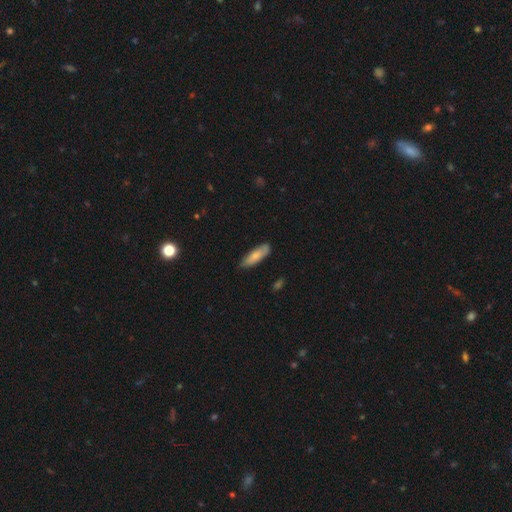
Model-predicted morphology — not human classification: The model was most divided on "how rounded": in between: 54%, cigar-shaped: 44%, round: 2%. More confident: smooth or featured — smooth (76%); merging — none (75%).